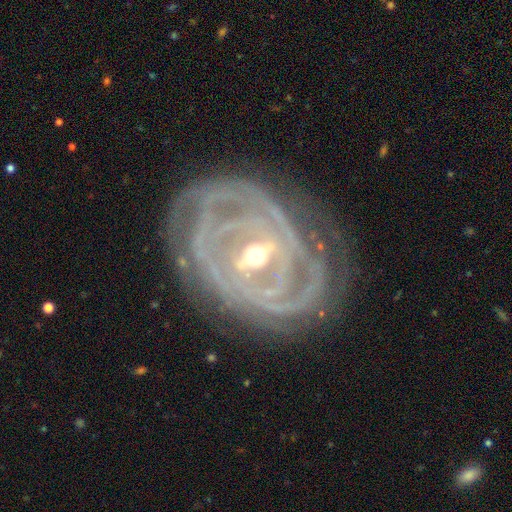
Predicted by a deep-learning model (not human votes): A featured or disk galaxy (91%) with a strong bar (48%), tight (83%) spiral arms (96%) and a moderate central bulge (56%). Merging: none (76%).